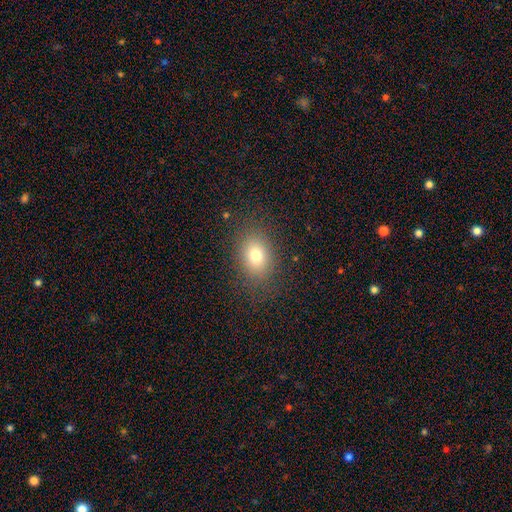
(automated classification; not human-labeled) The model was most divided on "how rounded": in between: 64%, round: 35%, cigar-shaped: 1%. More confident: merging — none (82%); smooth or featured — smooth (76%).